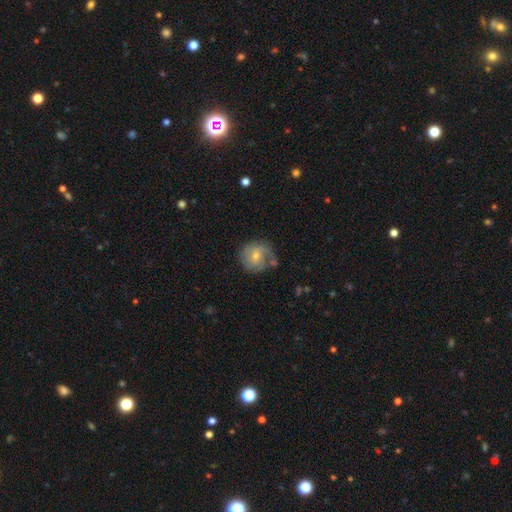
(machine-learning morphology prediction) Smooth or featured: featured or disk — 50% (smooth — 42%)
Edge-on disk: no — 97% (yes — 3%)
Merging: none — 59% (minor disturbance — 24%)